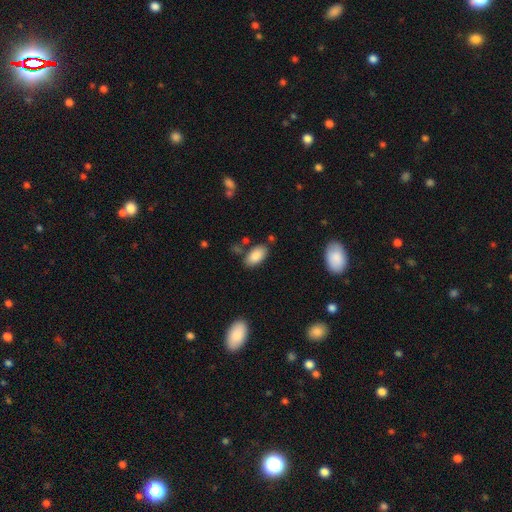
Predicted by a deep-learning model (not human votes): The model was most divided on "merging": none: 77%, minor disturbance: 13%, merger: 6%, major disturbance: 4%. More confident: how rounded — in between (94%); smooth or featured — smooth (87%).